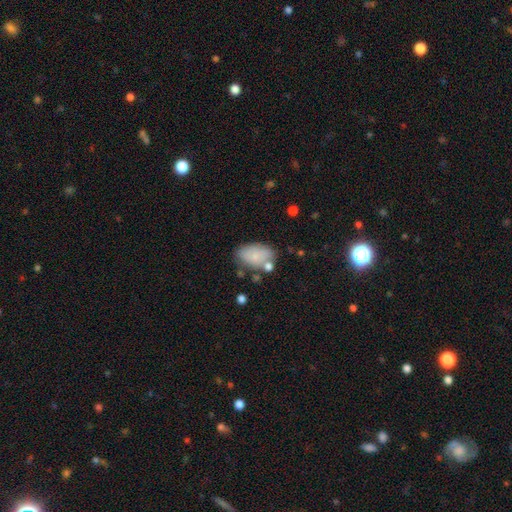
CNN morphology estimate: smooth_or_featured: smooth (p=0.75) [alt: featured or disk p=0.18]
how_rounded: in between (p=0.91) [alt: round p=0.07]
merging: none (p=0.57) [alt: minor disturbance p=0.23]